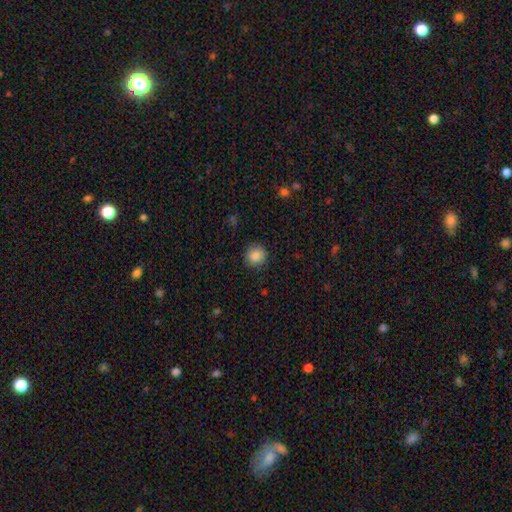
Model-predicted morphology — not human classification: Smooth or featured? smooth (87%)
How rounded? round (89%)
Merging? none (88%)